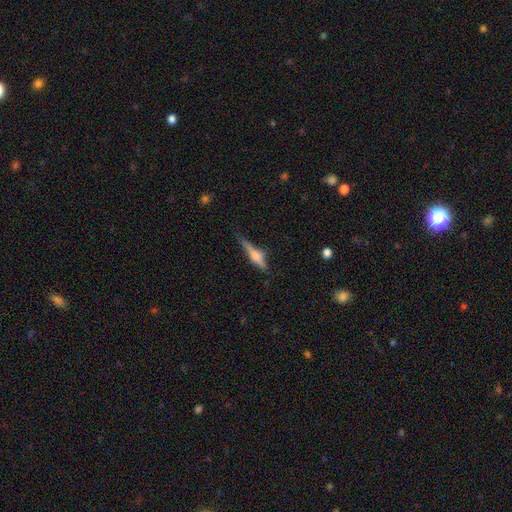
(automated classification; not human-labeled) Smooth or featured: featured or disk — 57% (smooth — 34%)
Edge-on disk: yes — 95% (no — 5%)
Edge-on bulge: rounded — 77% (boxy — 16%)
Merging: none — 68% (minor disturbance — 21%)